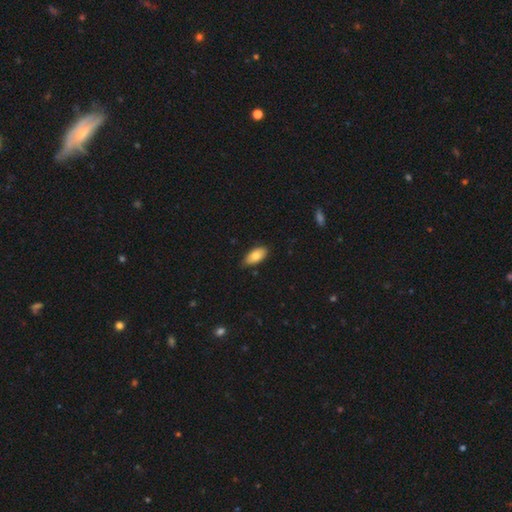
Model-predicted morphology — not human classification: Smooth or featured? smooth (80%)
How rounded? in between (92%)
Merging? none (80%)